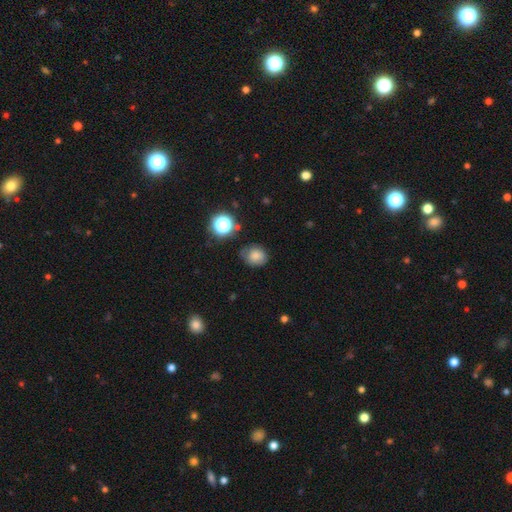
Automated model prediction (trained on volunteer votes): Smooth or featured: smooth — 77% (star or artifact — 13%)
How rounded: round — 64% (in between — 35%)
Merging: none — 67% (minor disturbance — 23%)